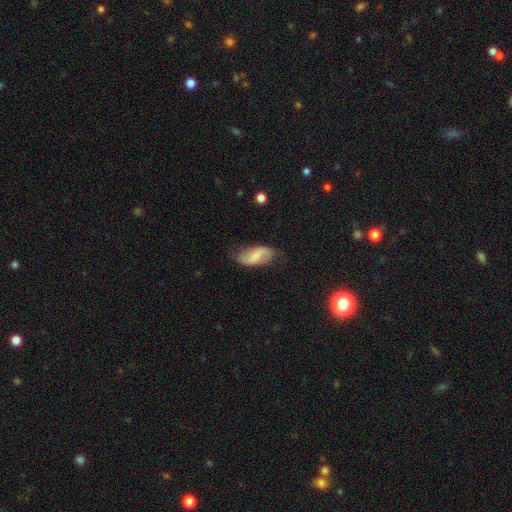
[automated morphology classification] The model was most divided on "smooth or featured": smooth: 47%, featured or disk: 46%, star or artifact: 7%. More confident: merging — none (66%).